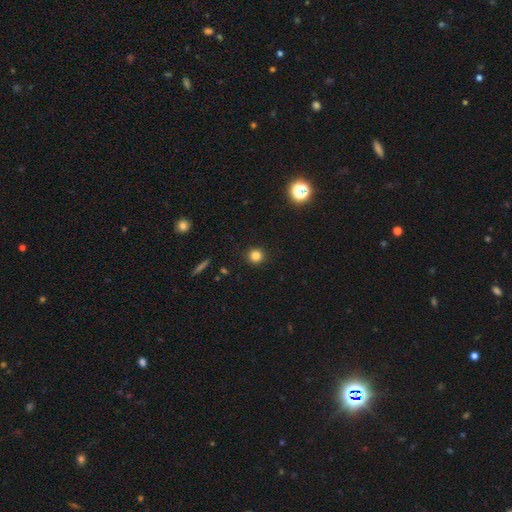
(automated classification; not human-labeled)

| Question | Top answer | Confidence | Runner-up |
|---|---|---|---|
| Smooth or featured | smooth | 81% | star or artifact (14%) |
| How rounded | round | 94% | in between (5%) |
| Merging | none | 92% | minor disturbance (5%) |